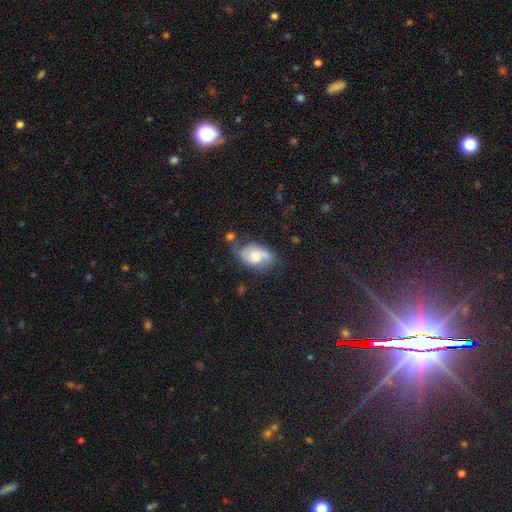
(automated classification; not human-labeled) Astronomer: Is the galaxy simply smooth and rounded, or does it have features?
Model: featured or disk — 51% (runner-up: smooth, 40%).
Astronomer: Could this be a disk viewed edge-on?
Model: no — 95%.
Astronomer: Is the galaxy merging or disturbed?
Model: none — 43% (runner-up: minor disturbance, 30%).